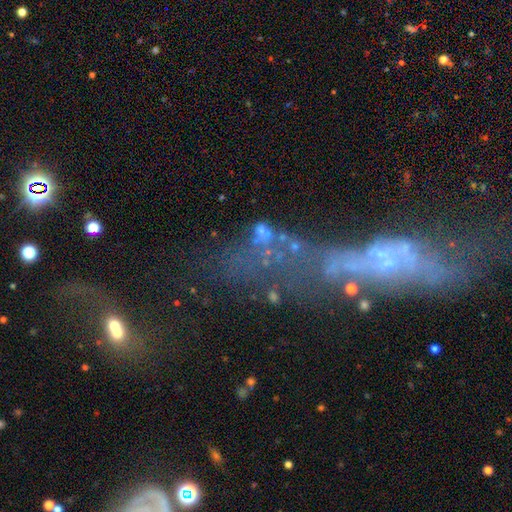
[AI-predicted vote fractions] This is possibly a featured or disk galaxy (49%). Merging: marginally merger (35%).